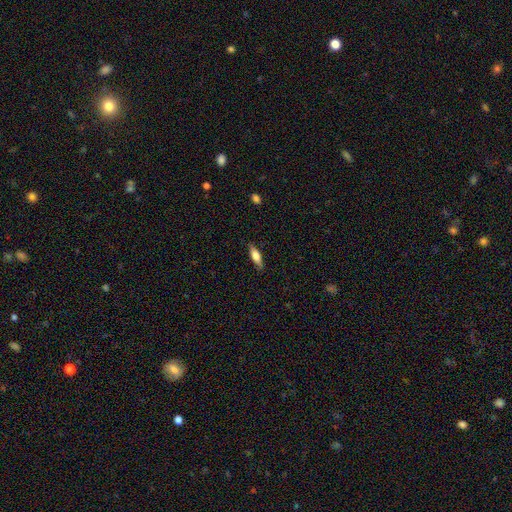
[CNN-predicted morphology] type=smooth (64%); roundness=cigar-shaped (51%); merging=none (85%).